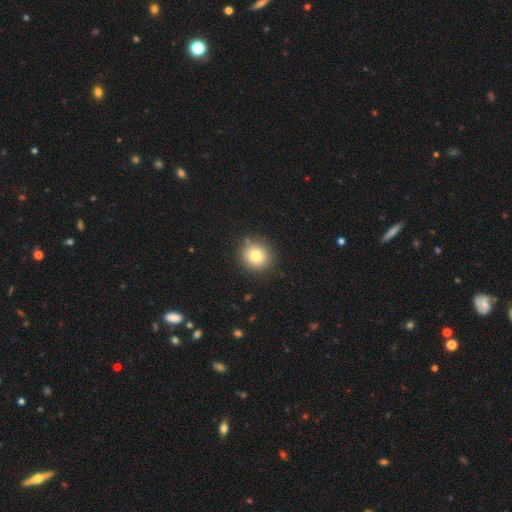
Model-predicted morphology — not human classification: Smooth or featured? smooth (80%)
How rounded? round (88%)
Merging? none (86%)